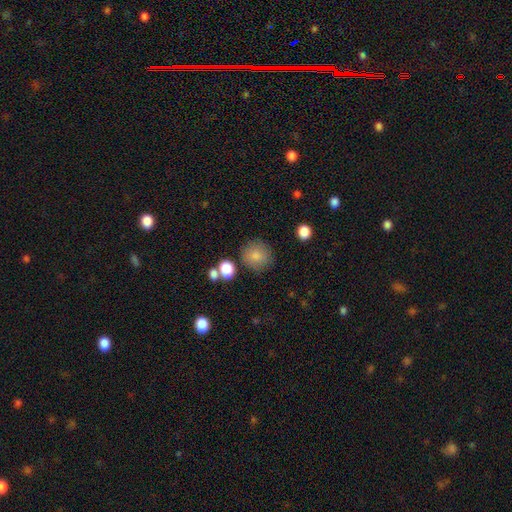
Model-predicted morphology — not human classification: Overall: smooth (83%). How rounded: round (88%). Merging: none (79%).